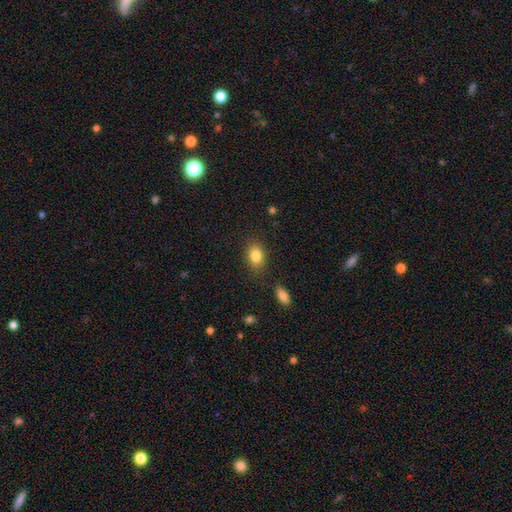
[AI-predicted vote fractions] This appears to be a smooth galaxy with no disk features (84%) that is in between round and cigar-shaped (75%). Merging: none (82%).